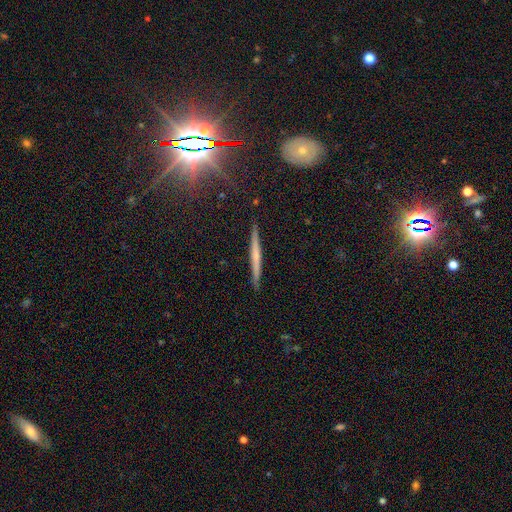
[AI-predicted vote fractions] smooth-or-featured: featured or disk: 55% | smooth: 35% | star or artifact: 10%
  disk-edge-on: yes: 97% | no: 3%
    edge-on-bulge: none: 63% | rounded: 29% | boxy: 8%
  merging: none: 90% | minor disturbance: 7% | major disturbance: 1% | merger: 1%